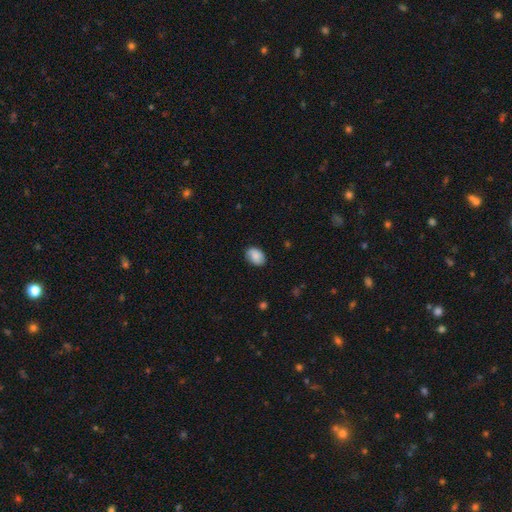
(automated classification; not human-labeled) This appears to be a smooth galaxy with no disk features (81%) that is in between round and cigar-shaped (78%). Merging: none (80%).